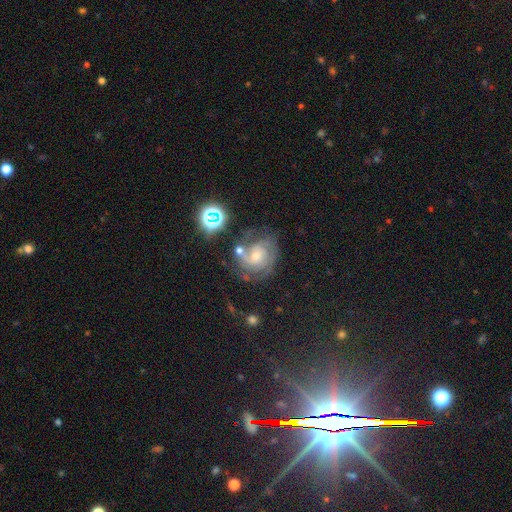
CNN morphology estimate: smooth-or-featured: featured or disk: 79% | smooth: 11% | star or artifact: 10%
  disk-edge-on: no: 98% | yes: 2%
    bar: no: 69% | weak: 26% | strong: 5%
    has-spiral-arms: yes: 94% | no: 6%
      spiral-winding: tight: 56% | medium: 35% | loose: 8%
      spiral-arm-count: 2: 30% | 3: 27% | can't tell: 26% | 4: 7% | 1: 5% | more than 4: 4%
    bulge-size: small: 50% | moderate: 45% | large: 2% | none: 2% | dominant: 1%
  merging: none: 52% | minor disturbance: 21% | major disturbance: 15% | merger: 12%